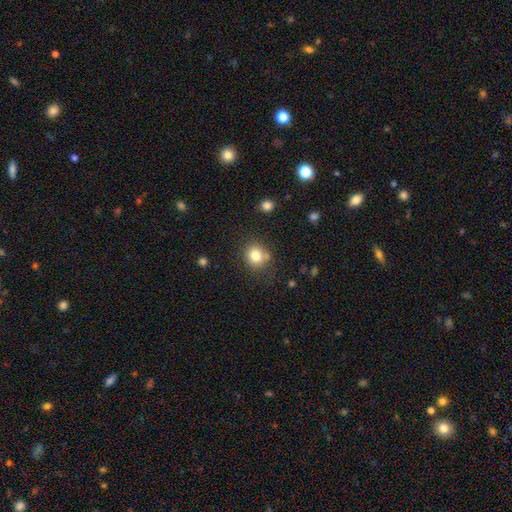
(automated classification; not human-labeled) This is clearly a smooth galaxy (80%). How rounded: likely round (76%). Merging: likely none (76%).